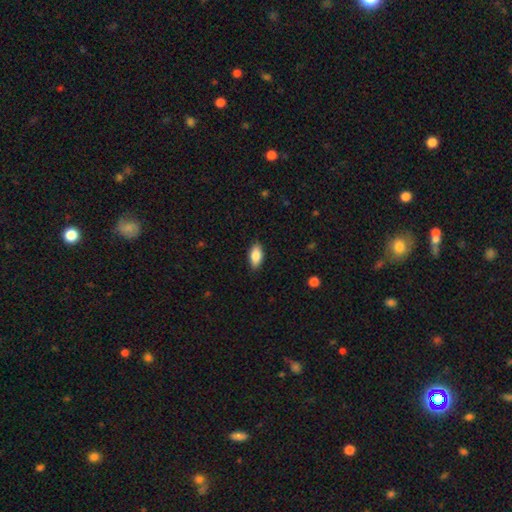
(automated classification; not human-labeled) Overall: smooth (85%). How rounded: in between (91%). Merging: none (86%).